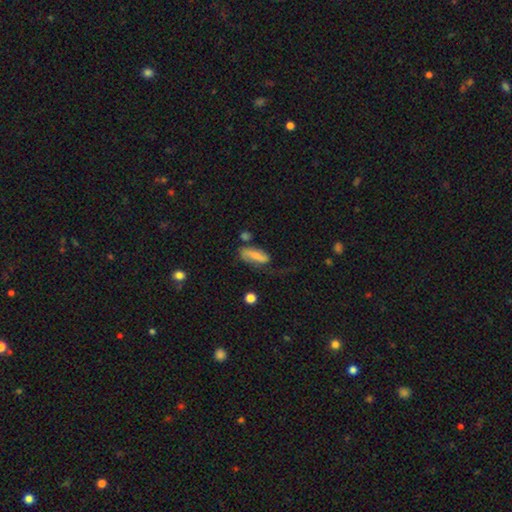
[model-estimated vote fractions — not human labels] Smooth or featured: smooth — 62% (featured or disk — 30%)
How rounded: in between — 69% (cigar-shaped — 28%)
Merging: none — 45% (minor disturbance — 28%)